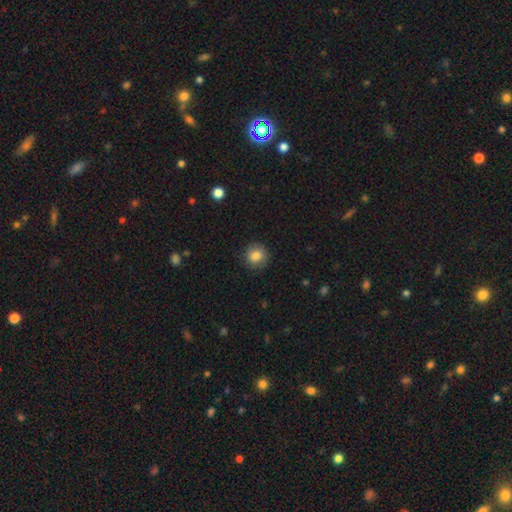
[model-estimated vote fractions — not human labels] This appears to be a smooth galaxy with no disk features (83%) that is round (91%). Merging: none (87%).